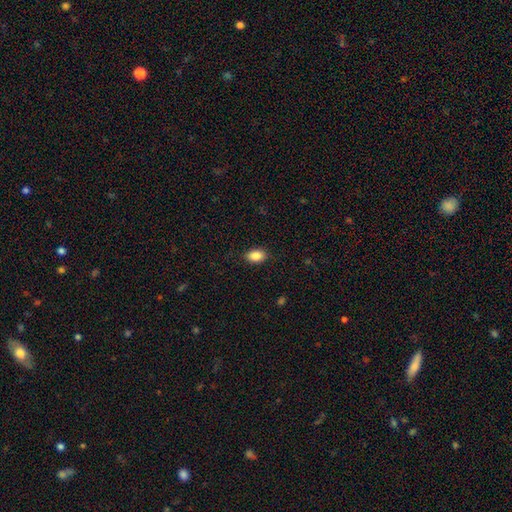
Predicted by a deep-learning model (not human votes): The model was most divided on "how rounded": in between: 84%, round: 14%, cigar-shaped: 1%. More confident: smooth or featured — smooth (88%); merging — none (88%).